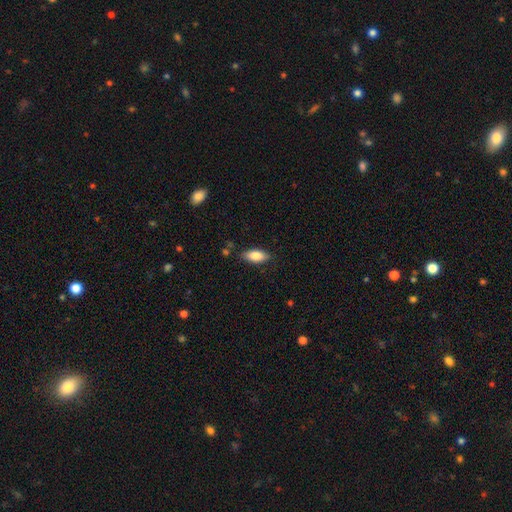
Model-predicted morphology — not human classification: Q: Smooth or featured?
A: smooth (81%); runner-up: featured or disk (12%)
Q: How rounded?
A: in between (84%); runner-up: cigar-shaped (13%)
Q: Merging?
A: none (82%); runner-up: minor disturbance (13%)